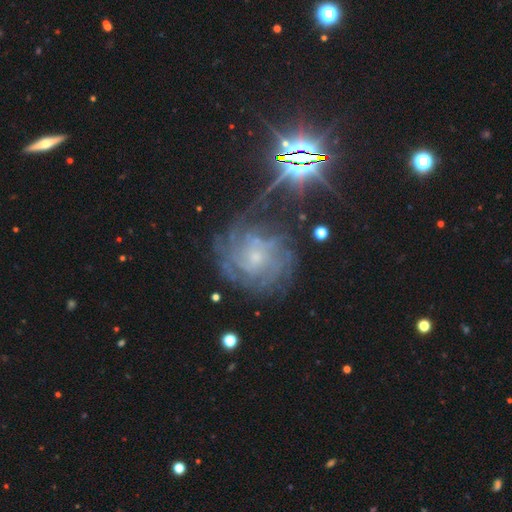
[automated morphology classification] smooth_or_featured: featured or disk (p=0.69) [alt: star or artifact p=0.20]
disk_edge_on: no (p=0.96) [alt: yes p=0.04]
bar: no (p=0.73) [alt: weak p=0.22]
has_spiral_arms: yes (p=0.90) [alt: no p=0.10]
spiral_winding: tight (p=0.64) [alt: medium p=0.28]
spiral_arm_count: can't tell (p=0.45) [alt: 4 p=0.14]
bulge_size: small (p=0.69) [alt: moderate p=0.20]
merging: none (p=0.70) [alt: minor disturbance p=0.16]